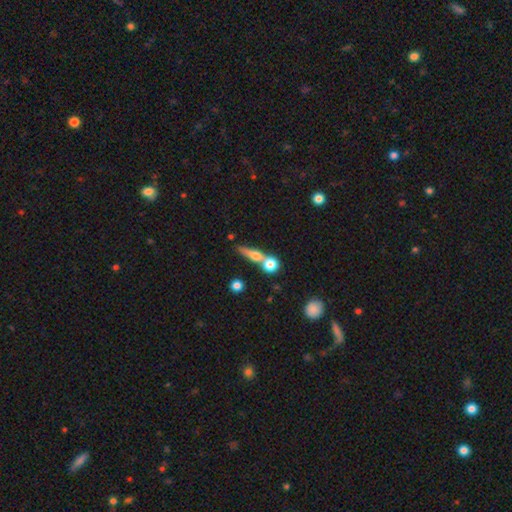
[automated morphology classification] Smooth or featured? smooth (56%)
How rounded? cigar-shaped (47%)
Merging? none (45%)